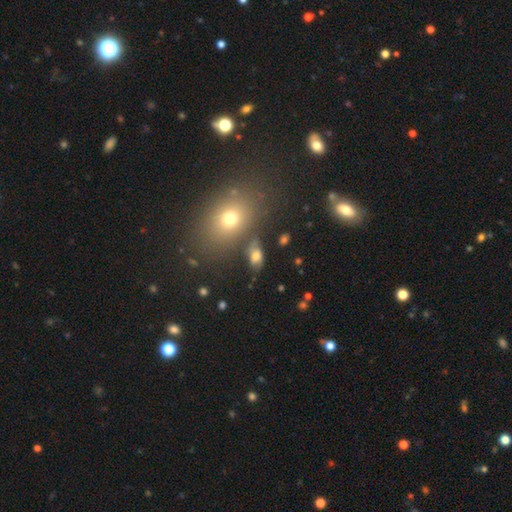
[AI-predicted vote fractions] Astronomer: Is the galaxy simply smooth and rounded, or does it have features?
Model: smooth — 68%.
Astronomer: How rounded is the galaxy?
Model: in between — 84%.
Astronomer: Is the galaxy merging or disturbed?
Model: none — 61%.